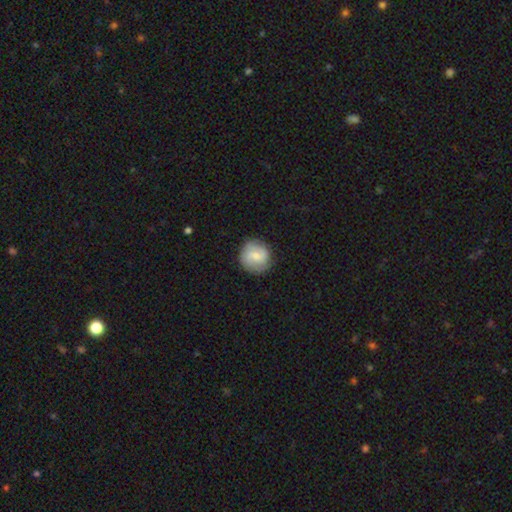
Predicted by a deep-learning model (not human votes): Smooth or featured? Predicted: smooth (p=0.65). How rounded? Predicted: round (p=0.91). Merging? Predicted: none (p=0.83).